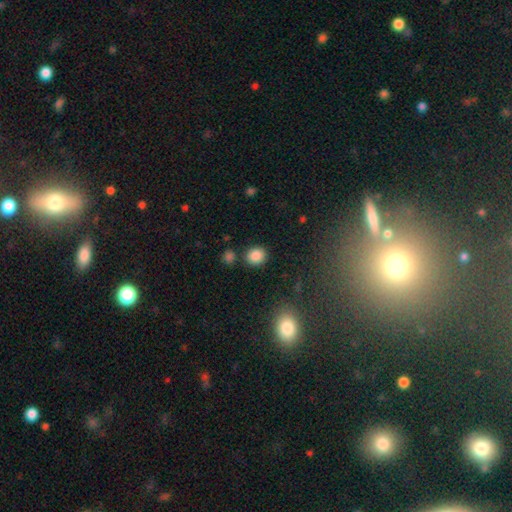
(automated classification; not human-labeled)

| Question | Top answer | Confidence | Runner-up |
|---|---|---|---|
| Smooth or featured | smooth | 86% | star or artifact (10%) |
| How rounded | round | 80% | in between (19%) |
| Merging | none | 83% | minor disturbance (8%) |